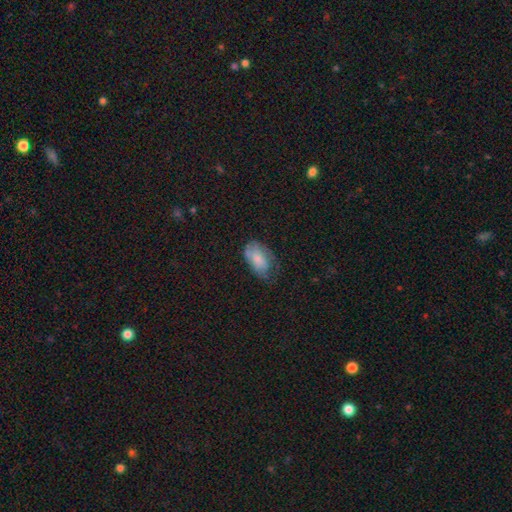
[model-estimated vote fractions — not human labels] The model was most divided on "merging": none: 47%, minor disturbance: 34%, major disturbance: 16%, merger: 3%. More confident: how rounded — in between (92%); smooth or featured — smooth (70%).